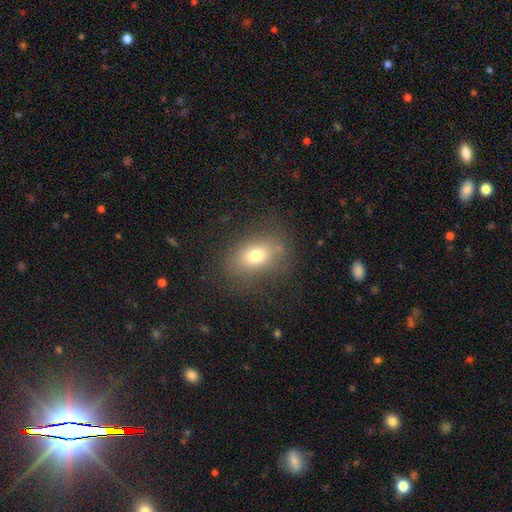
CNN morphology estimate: This appears to be a smooth galaxy with no disk features (72%) that is in between round and cigar-shaped (72%). Merging: none (77%).